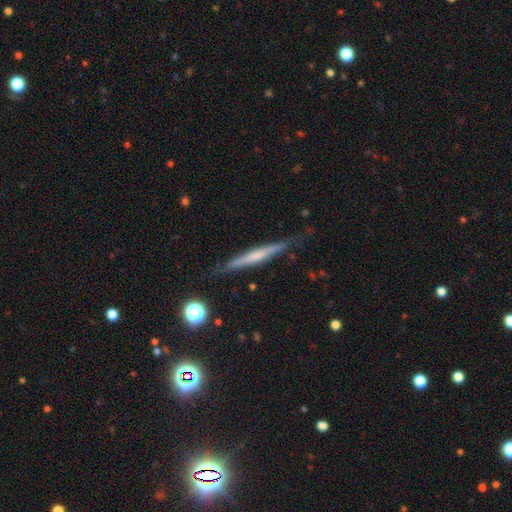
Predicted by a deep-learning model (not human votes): A featured or disk galaxy (58%) viewed edge-on (97%) with no central bulge (52%). Merging: none (83%).